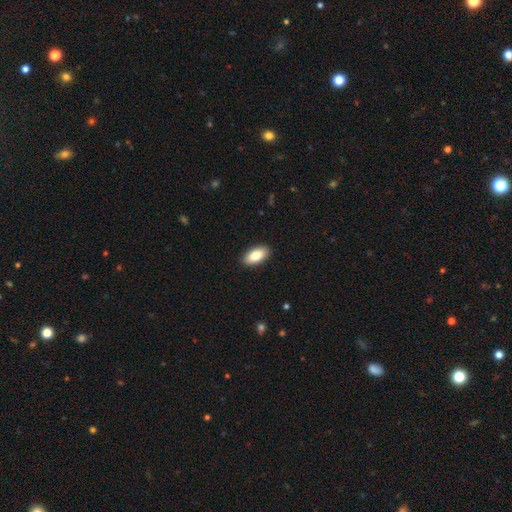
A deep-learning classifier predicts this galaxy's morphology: Smooth or featured? Predicted: smooth (p=0.85). How rounded? Predicted: in between (p=0.93). Merging? Predicted: none (p=0.90).